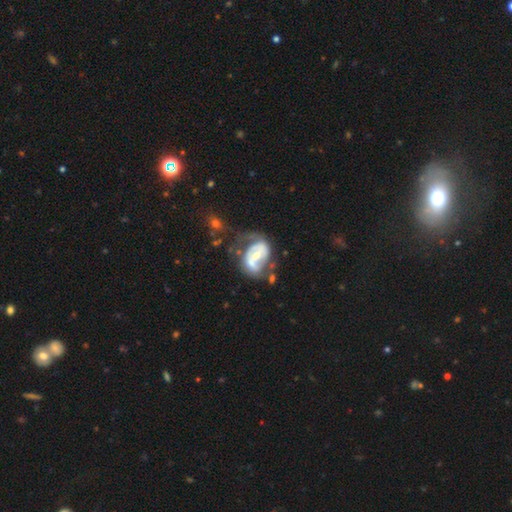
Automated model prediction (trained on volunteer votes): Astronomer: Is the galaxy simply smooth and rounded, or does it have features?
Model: featured or disk — 74%.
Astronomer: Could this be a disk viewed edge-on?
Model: no — 97%.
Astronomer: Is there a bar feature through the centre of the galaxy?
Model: weak — 40% (runner-up: no, 31%).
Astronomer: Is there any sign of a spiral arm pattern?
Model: yes — 67%.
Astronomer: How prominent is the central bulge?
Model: moderate — 61%.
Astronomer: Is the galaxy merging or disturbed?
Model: none — 35% (runner-up: major disturbance, 28%).